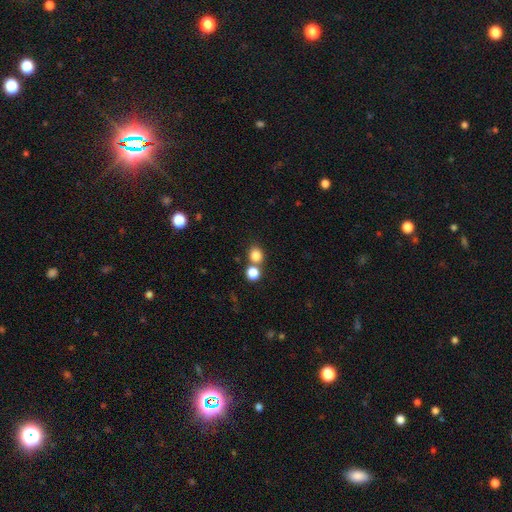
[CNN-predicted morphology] type=smooth (81%); roundness=round (78%); merging=none (62%).